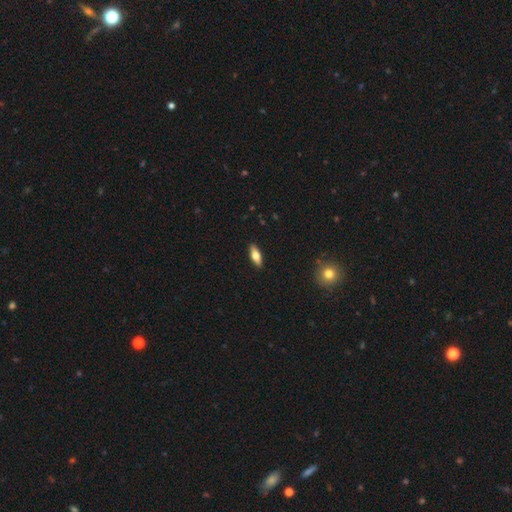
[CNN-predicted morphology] This is likely a smooth galaxy (61%). How rounded: likely in between (64%). Merging: clearly none (90%).